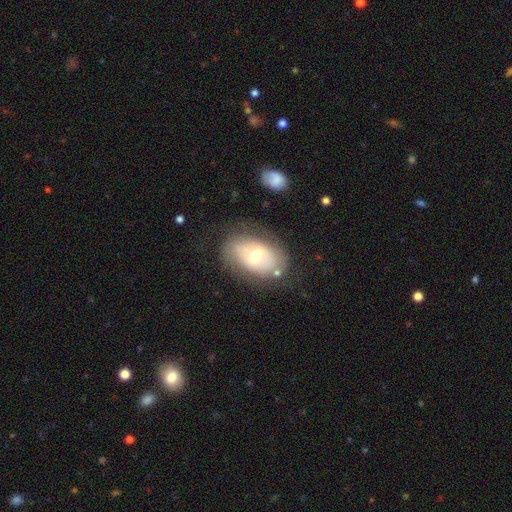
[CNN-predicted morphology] smooth-or-featured: featured or disk: 48% | smooth: 45% | star or artifact: 7%
  merging: none: 63% | minor disturbance: 21% | major disturbance: 10% | merger: 6%